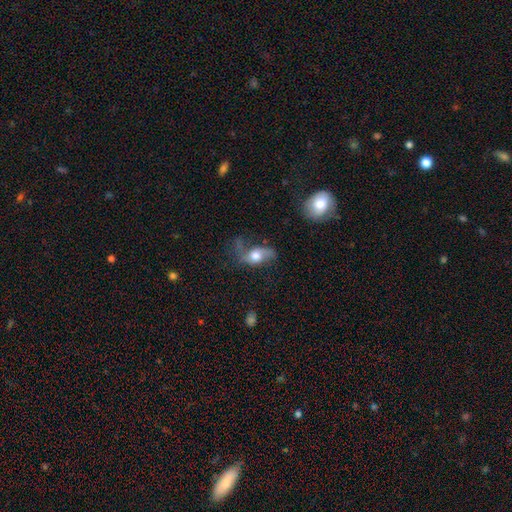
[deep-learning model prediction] Smooth or featured?
  - smooth: 45% * (tied)
  - featured or disk: 45% * (tied)
  - star or artifact: 9%
Merging?
  - none: 36% *
  - major disturbance: 35%
  - minor disturbance: 25%
  - merger: 5%